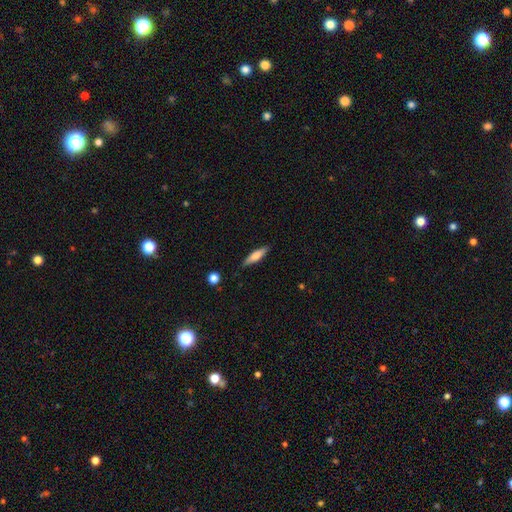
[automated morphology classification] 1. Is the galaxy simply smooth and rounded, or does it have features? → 60% smooth, 34% featured or disk, 6% star or artifact.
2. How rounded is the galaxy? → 73% cigar-shaped, 25% in between, 2% round.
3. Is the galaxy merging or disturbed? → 86% none, 10% minor disturbance, 2% major disturbance, 1% merger.